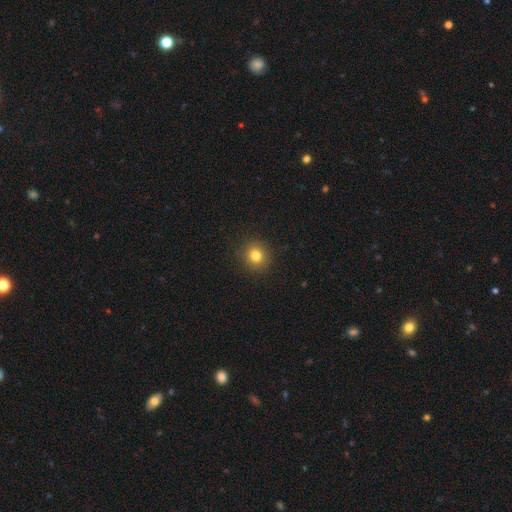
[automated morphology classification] smooth-or-featured: smooth: 80% | star or artifact: 13% | featured or disk: 7%
  how-rounded: round: 89% | in between: 10% | cigar-shaped: 1%
  merging: none: 91% | minor disturbance: 6% | major disturbance: 2% | merger: 1%